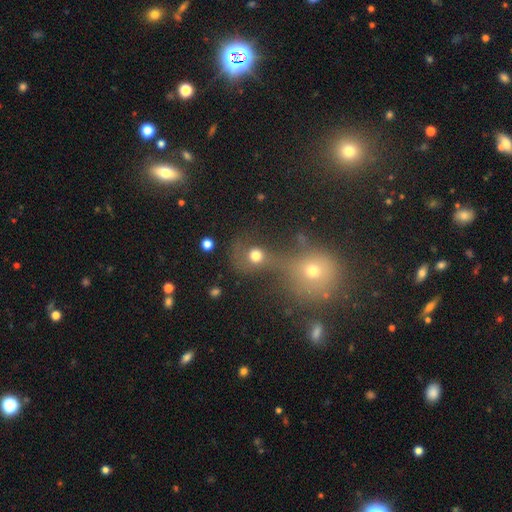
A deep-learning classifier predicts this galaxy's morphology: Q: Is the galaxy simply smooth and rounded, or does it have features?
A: smooth — 68%.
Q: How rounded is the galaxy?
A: round — 81%.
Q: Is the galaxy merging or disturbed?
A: merger — 56%.